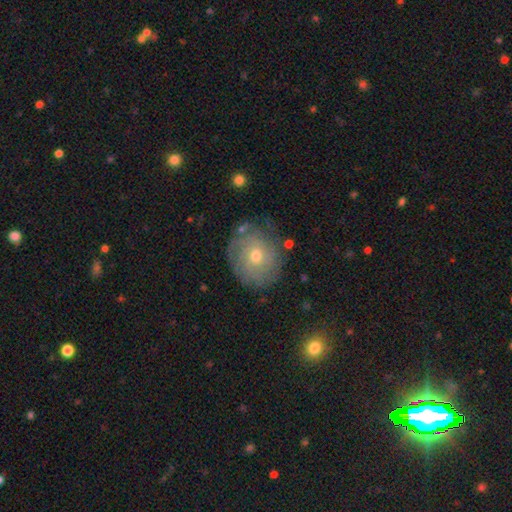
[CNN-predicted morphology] Smooth or featured: featured or disk — 65% (smooth — 25%)
Edge-on disk: no — 97% (yes — 3%)
Bar: no — 78% (weak — 19%)
Spiral arms: yes — 83% (no — 17%)
Spiral winding: tight — 72% (medium — 21%)
Spiral arm count: can't tell — 54% (3 — 13%)
Bulge size: moderate — 54% (small — 43%)
Merging: none — 76% (minor disturbance — 16%)